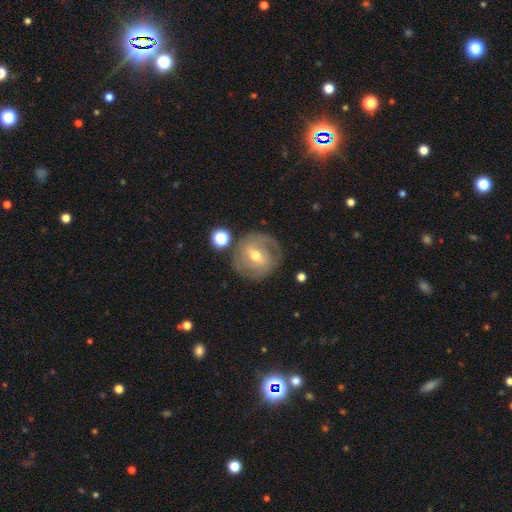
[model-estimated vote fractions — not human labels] Smooth or featured?
  - featured or disk: 69% *
  - smooth: 24%
  - star or artifact: 8%
Edge-on disk?
  - no: 96% *
  - yes: 4%
Bar?
  - weak: 50% *
  - strong: 25%
  - no: 24%
Spiral arms?
  - yes: 76% *
  - no: 24%
Bulge size?
  - moderate: 66% *
  - small: 30%
  - large: 3%
  - none: 1%
  - dominant: 1%
Merging?
  - none: 75% *
  - minor disturbance: 14%
  - major disturbance: 7%
  - merger: 4%